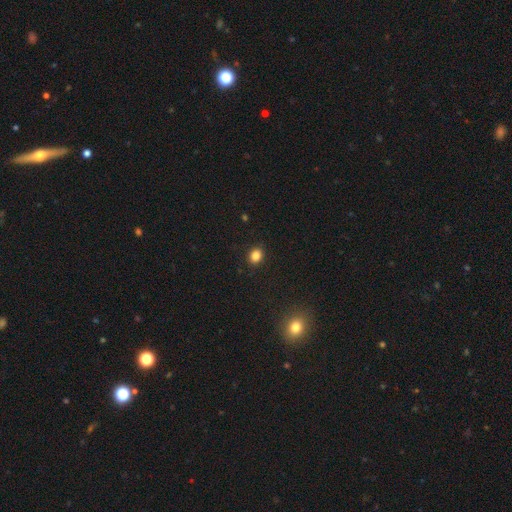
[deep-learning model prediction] Smooth or featured: smooth — 85% (star or artifact — 11%)
How rounded: round — 54% (in between — 45%)
Merging: none — 90% (minor disturbance — 7%)